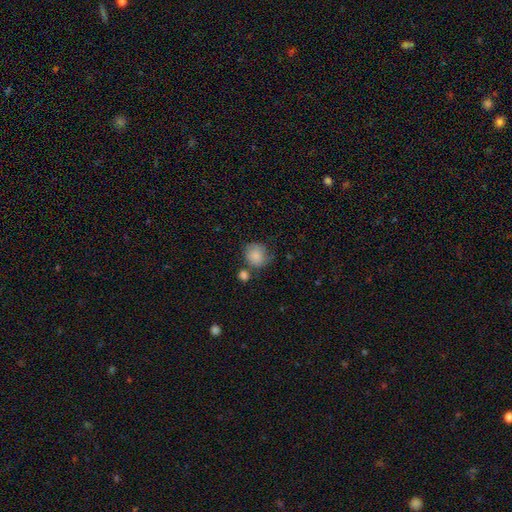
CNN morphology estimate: type=smooth (82%); roundness=round (82%); merging=none (54%).